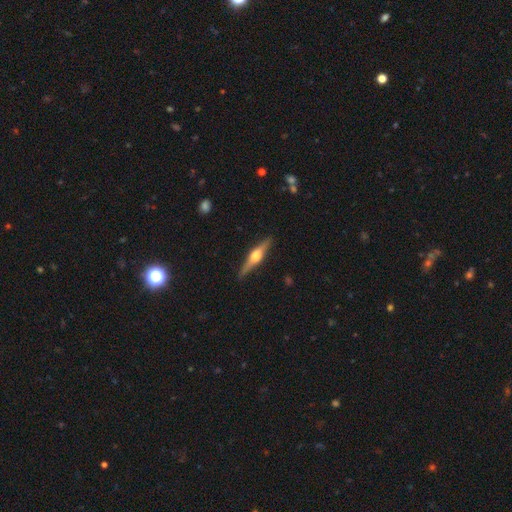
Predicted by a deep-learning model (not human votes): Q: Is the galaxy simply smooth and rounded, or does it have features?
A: featured or disk — 75%.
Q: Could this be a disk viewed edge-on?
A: yes — 98%.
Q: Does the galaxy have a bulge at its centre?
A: rounded — 94%.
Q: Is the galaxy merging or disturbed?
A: none — 90%.